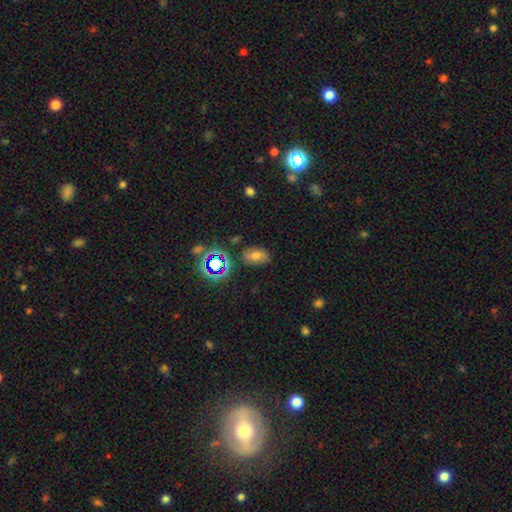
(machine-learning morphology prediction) Smooth or featured?
  - smooth: 58% *
  - star or artifact: 26%
  - featured or disk: 16%
How rounded?
  - in between: 85% *
  - round: 12%
  - cigar-shaped: 3%
Merging?
  - none: 75% *
  - minor disturbance: 16%
  - major disturbance: 5%
  - merger: 3%